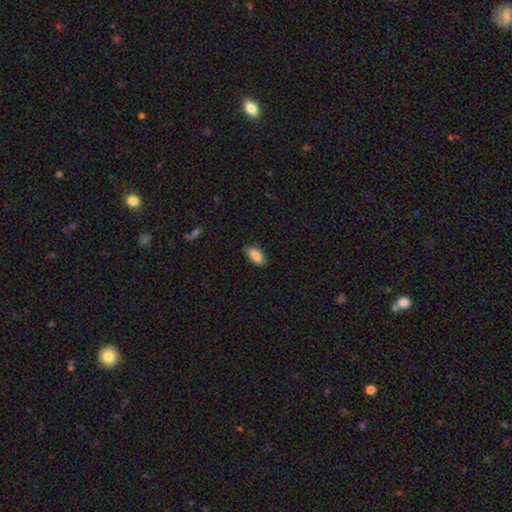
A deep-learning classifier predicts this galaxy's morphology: This is clearly a smooth galaxy (86%). How rounded: clearly in between (89%). Merging: clearly none (84%).